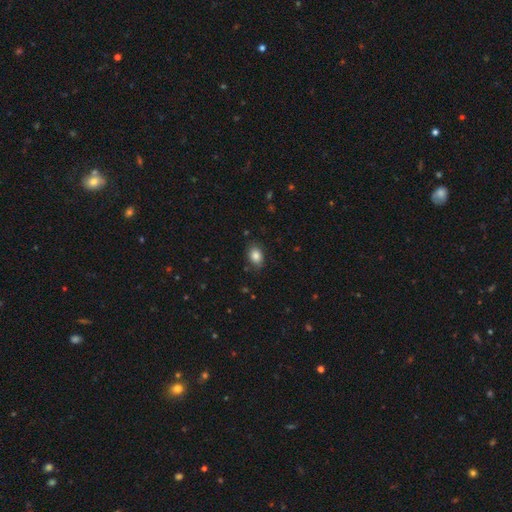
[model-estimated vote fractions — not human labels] Overall: smooth (85%). How rounded: in between (80%). Merging: none (82%).